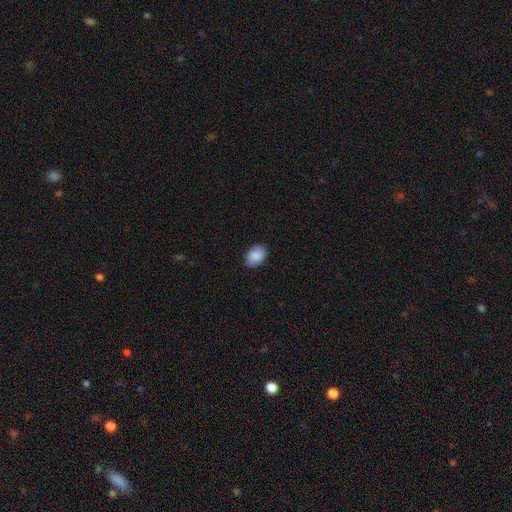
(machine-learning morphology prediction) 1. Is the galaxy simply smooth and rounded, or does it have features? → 88% smooth, 7% star or artifact, 5% featured or disk.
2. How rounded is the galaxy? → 81% in between, 18% round, 1% cigar-shaped.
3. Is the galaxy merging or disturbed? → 85% none, 12% minor disturbance, 2% major disturbance, 1% merger.